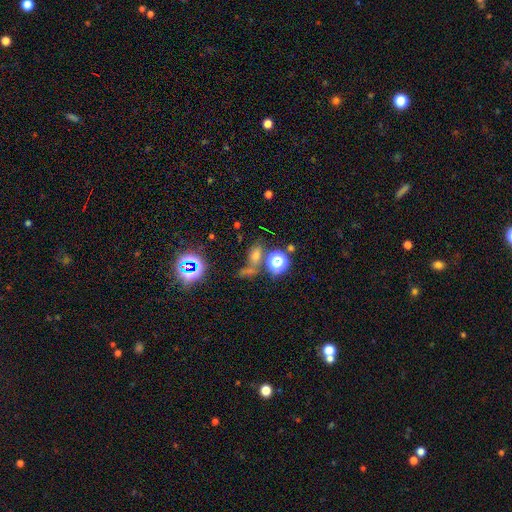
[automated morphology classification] smooth 44%, star or artifact 40%, featured or disk 16%. Down the decision tree: merging — none (54%).